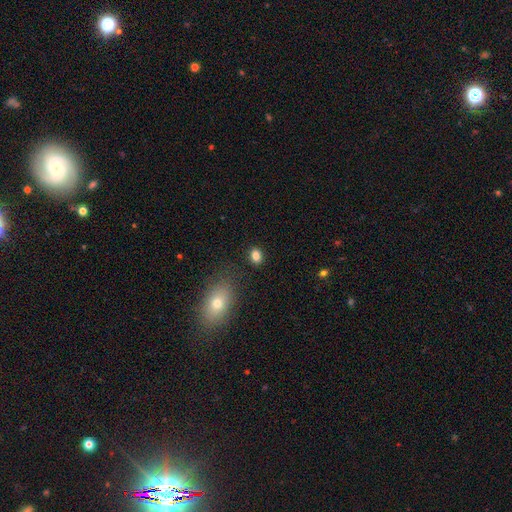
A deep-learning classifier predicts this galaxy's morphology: smooth 83%, star or artifact 12%, featured or disk 6%. Down the decision tree: how rounded — in between (57%); merging — none (84%).